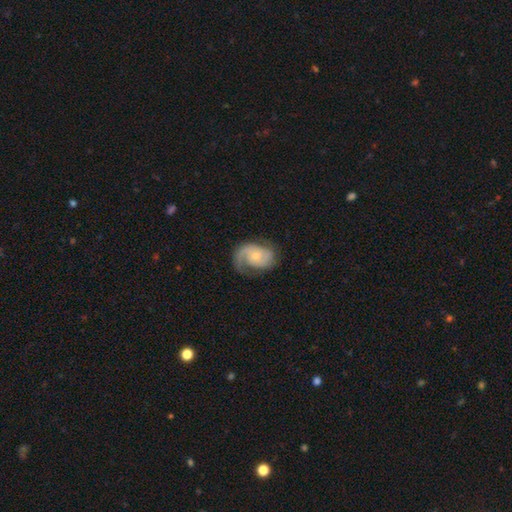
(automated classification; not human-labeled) smooth_or_featured: featured or disk (p=0.79) [alt: smooth p=0.16]
disk_edge_on: no (p=0.97) [alt: yes p=0.03]
bar: no (p=0.68) [alt: weak p=0.27]
has_spiral_arms: yes (p=0.95) [alt: no p=0.05]
spiral_winding: medium (p=0.44) [alt: tight p=0.34]
spiral_arm_count: 2 (p=0.53) [alt: 1 p=0.35]
bulge_size: small (p=0.58) [alt: moderate p=0.34]
merging: none (p=0.61) [alt: minor disturbance p=0.22]